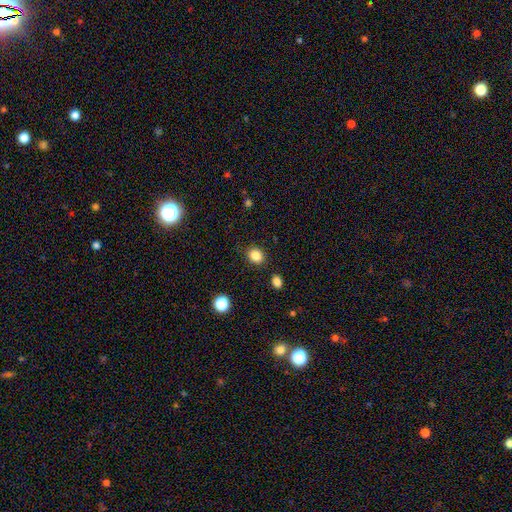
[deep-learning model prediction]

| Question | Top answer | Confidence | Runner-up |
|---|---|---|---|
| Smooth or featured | smooth | 85% | star or artifact (10%) |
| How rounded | round | 66% | in between (34%) |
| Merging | none | 86% | minor disturbance (9%) |